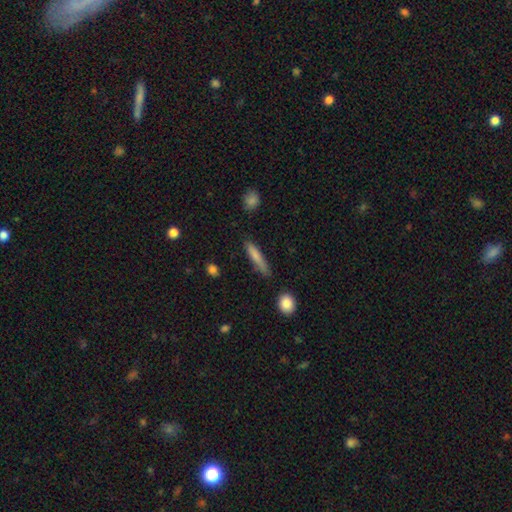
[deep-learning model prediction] smooth-or-featured: smooth: 76% | featured or disk: 17% | star or artifact: 7%
  how-rounded: cigar-shaped: 88% | in between: 10% | round: 2%
  merging: none: 74% | minor disturbance: 19% | major disturbance: 4% | merger: 3%